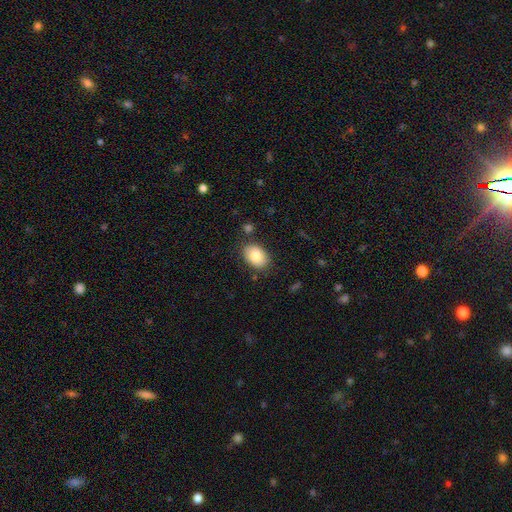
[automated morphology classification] type=smooth (82%); roundness=in between (82%); merging=none (83%).